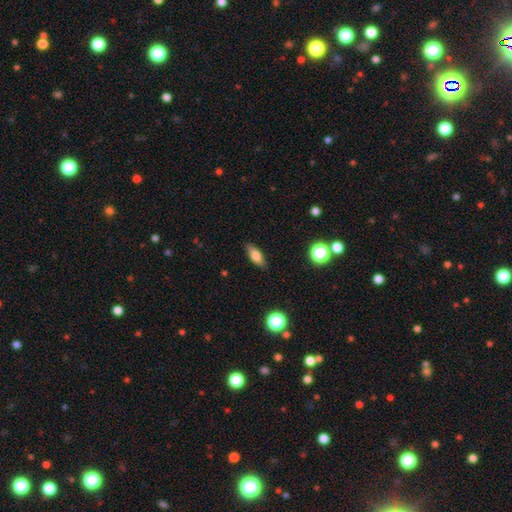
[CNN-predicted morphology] smooth-or-featured: smooth: 75% | featured or disk: 16% | star or artifact: 9%
  how-rounded: in between: 72% | cigar-shaped: 24% | round: 5%
  merging: none: 87% | minor disturbance: 10% | major disturbance: 2% | merger: 1%